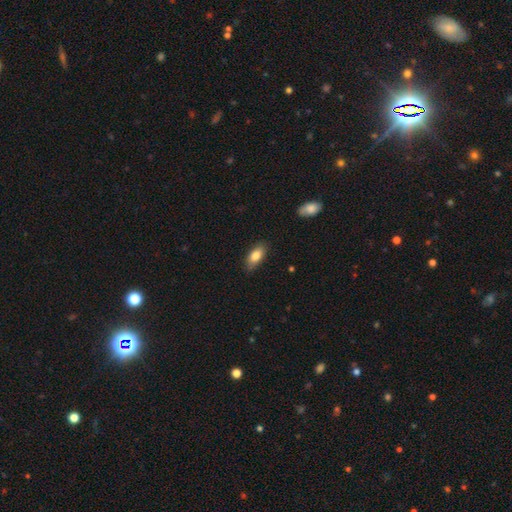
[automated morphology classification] A smooth galaxy with no disk features (82%) that is in between round and cigar-shaped (88%). Merging: none (81%).